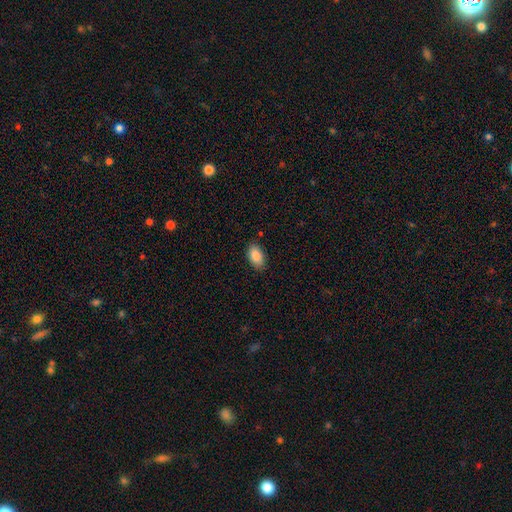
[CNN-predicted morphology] This appears to be a smooth galaxy with no disk features (88%) that is in between round and cigar-shaped (93%). Merging: none (86%).